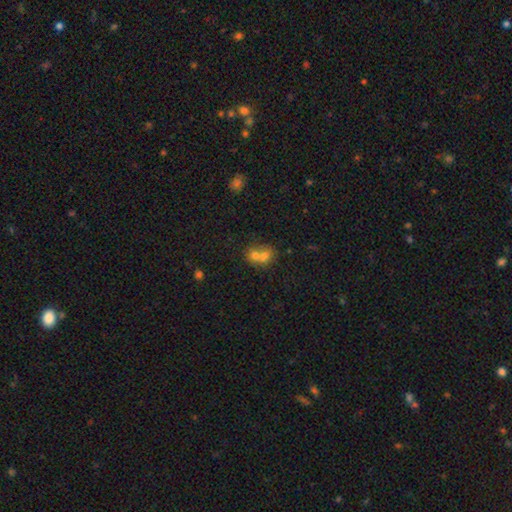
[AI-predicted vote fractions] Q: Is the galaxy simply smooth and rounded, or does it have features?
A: smooth — 67%.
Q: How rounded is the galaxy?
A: round — 59%.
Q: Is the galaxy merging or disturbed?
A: merger — 69%.